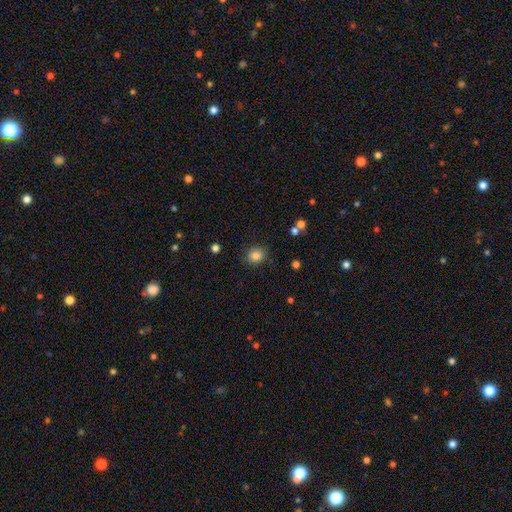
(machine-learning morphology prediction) A smooth galaxy with no disk features (84%) that is round (59%). Merging: none (81%).